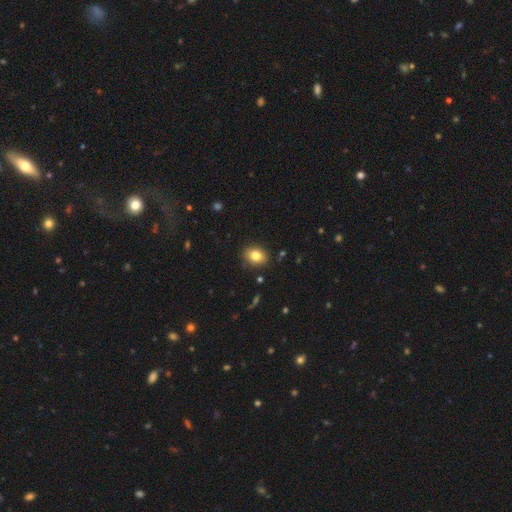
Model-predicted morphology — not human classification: A smooth galaxy with no disk features (81%) that is in between round and cigar-shaped (58%). Merging: none (87%).